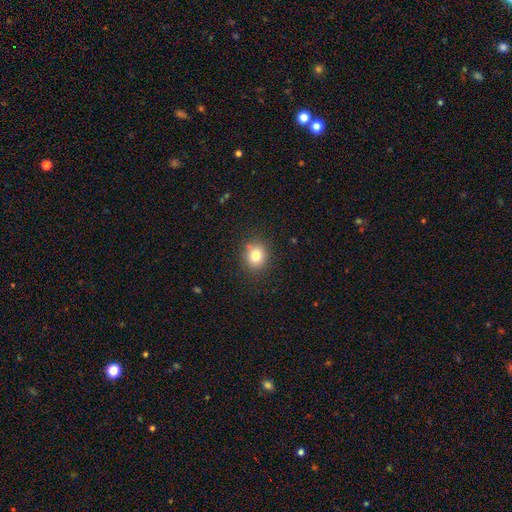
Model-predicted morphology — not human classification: The model was most divided on "how rounded": round: 75%, in between: 24%, cigar-shaped: 1%. More confident: merging — none (86%); smooth or featured — smooth (80%).